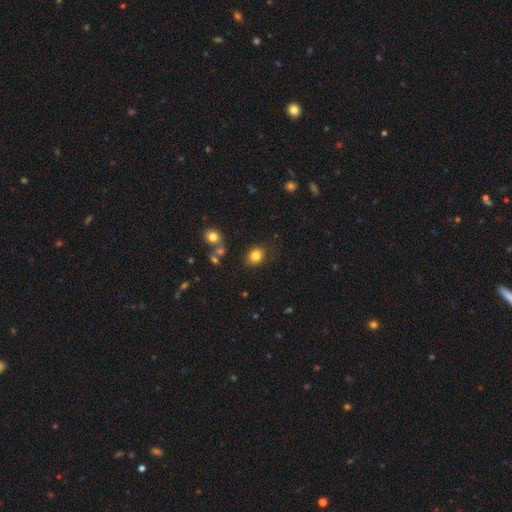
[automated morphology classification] A smooth galaxy with no disk features (82%) that is round (64%). Merging: none (79%).